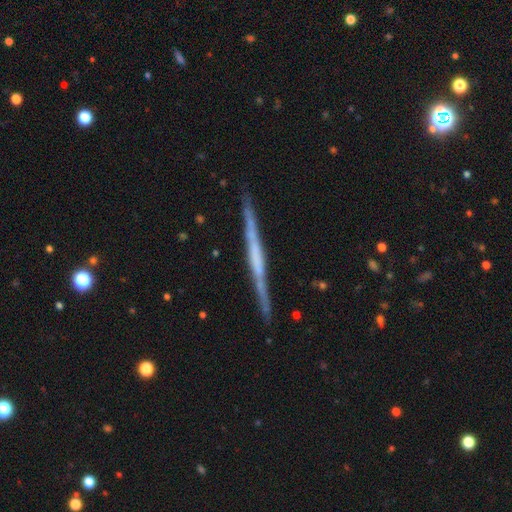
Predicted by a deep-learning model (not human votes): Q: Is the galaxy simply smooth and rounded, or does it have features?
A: featured or disk — 72%.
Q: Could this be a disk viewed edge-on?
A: yes — 98%.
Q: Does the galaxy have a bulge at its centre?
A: none — 60%.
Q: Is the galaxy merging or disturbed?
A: none — 88%.